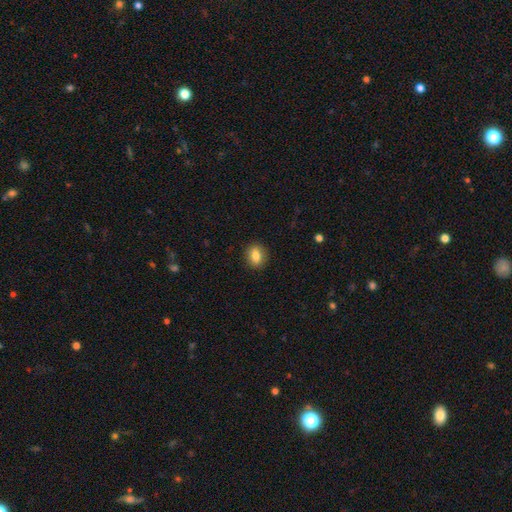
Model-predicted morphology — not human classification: Q: Smooth or featured?
A: smooth (84%); runner-up: star or artifact (9%)
Q: How rounded?
A: in between (51%); runner-up: round (47%)
Q: Merging?
A: none (90%); runner-up: minor disturbance (7%)